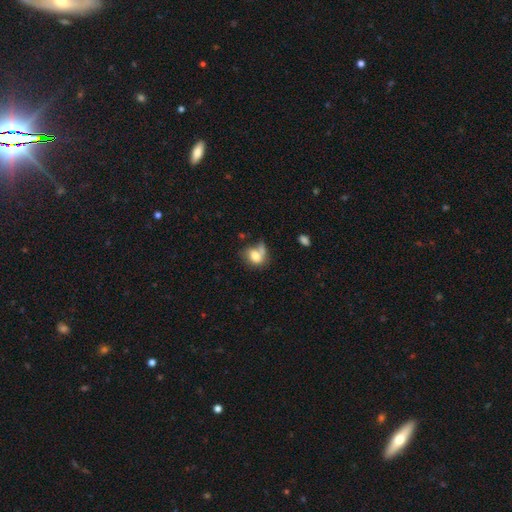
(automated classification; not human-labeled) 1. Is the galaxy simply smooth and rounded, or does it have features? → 70% smooth, 21% featured or disk, 9% star or artifact.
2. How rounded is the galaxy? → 57% in between, 42% round, 2% cigar-shaped.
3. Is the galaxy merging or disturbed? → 36% none, 23% minor disturbance, 22% major disturbance, 18% merger.